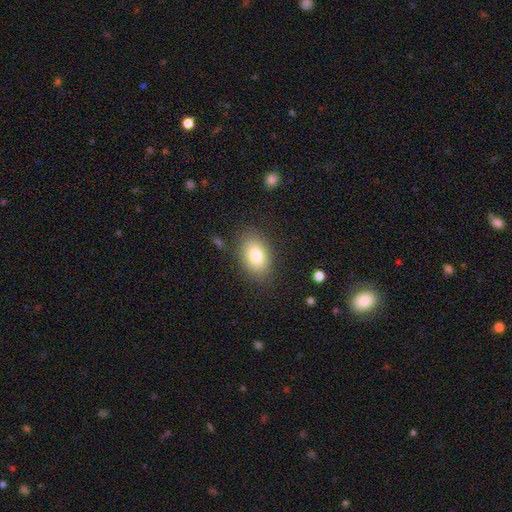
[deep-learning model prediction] smooth 80%, featured or disk 12%, star or artifact 8%. Down the decision tree: how rounded — in between (86%); merging — none (83%).